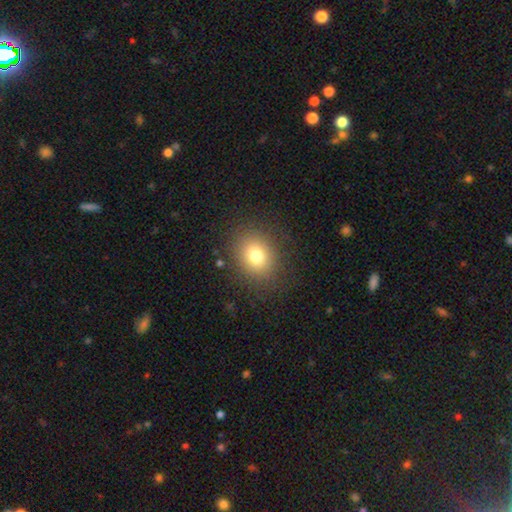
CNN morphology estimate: Smooth or featured?
  - smooth: 76% *
  - star or artifact: 13%
  - featured or disk: 10%
How rounded?
  - round: 61% *
  - in between: 38%
  - cigar-shaped: 1%
Merging?
  - none: 85% *
  - minor disturbance: 9%
  - major disturbance: 5%
  - merger: 1%